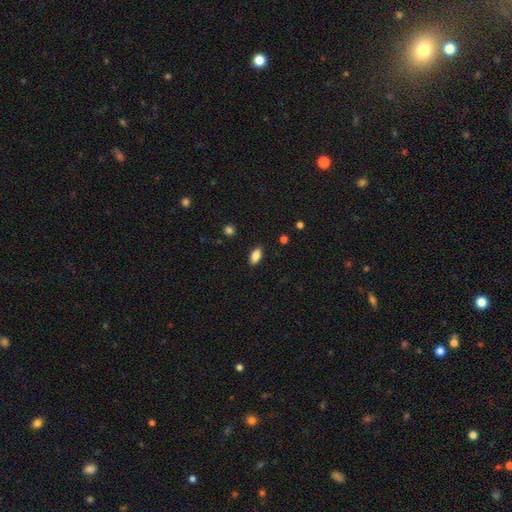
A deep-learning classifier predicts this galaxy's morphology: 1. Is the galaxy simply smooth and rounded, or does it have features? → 85% smooth, 8% star or artifact, 7% featured or disk.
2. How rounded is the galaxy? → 89% in between, 8% cigar-shaped, 4% round.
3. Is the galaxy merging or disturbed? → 88% none, 9% minor disturbance, 2% major disturbance, 1% merger.